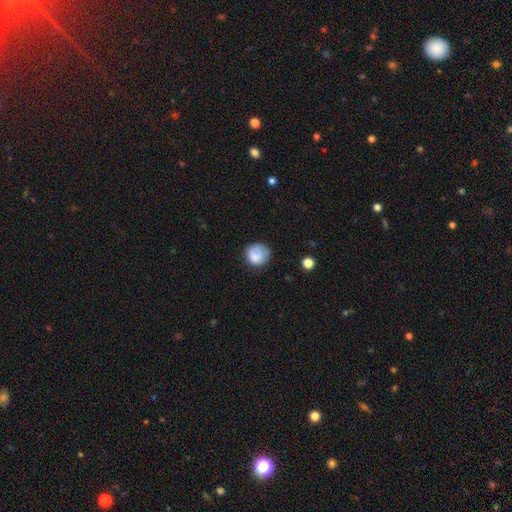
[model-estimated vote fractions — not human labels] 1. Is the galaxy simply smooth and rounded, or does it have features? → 79% smooth, 13% featured or disk, 8% star or artifact.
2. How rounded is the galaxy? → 84% round, 15% in between, 1% cigar-shaped.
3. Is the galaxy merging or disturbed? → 67% none, 22% minor disturbance, 9% major disturbance, 2% merger.